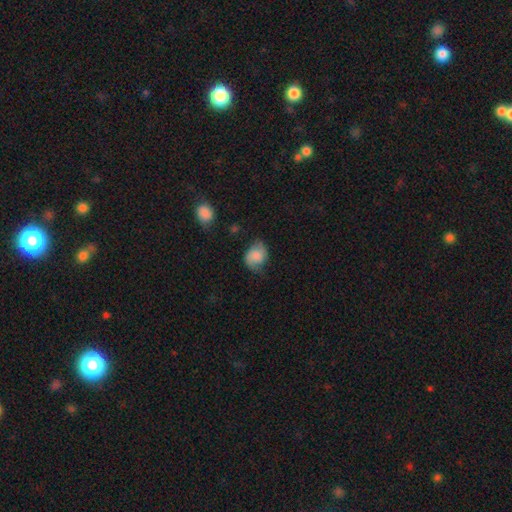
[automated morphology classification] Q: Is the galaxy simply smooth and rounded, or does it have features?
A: smooth — 57%.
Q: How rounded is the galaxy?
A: in between — 52%.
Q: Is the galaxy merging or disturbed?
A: none — 58%.